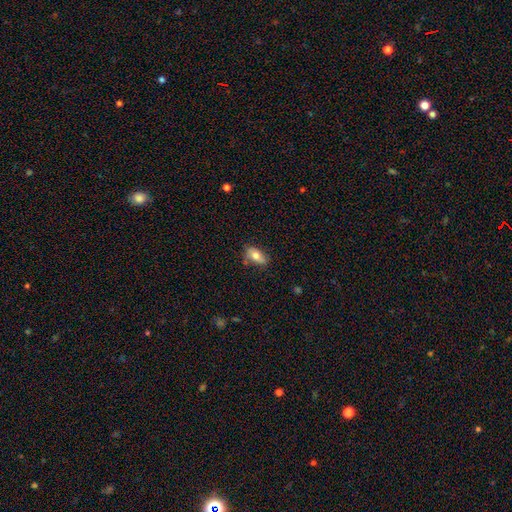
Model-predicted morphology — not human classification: Q: Smooth or featured?
A: smooth (69%); runner-up: featured or disk (23%)
Q: How rounded?
A: in between (88%); runner-up: cigar-shaped (6%)
Q: Merging?
A: none (66%); runner-up: minor disturbance (25%)